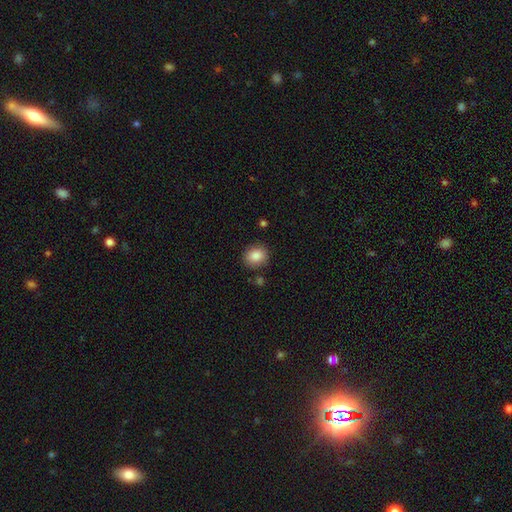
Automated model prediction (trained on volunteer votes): A smooth galaxy with no disk features (86%) that is round (72%). Merging: none (85%).